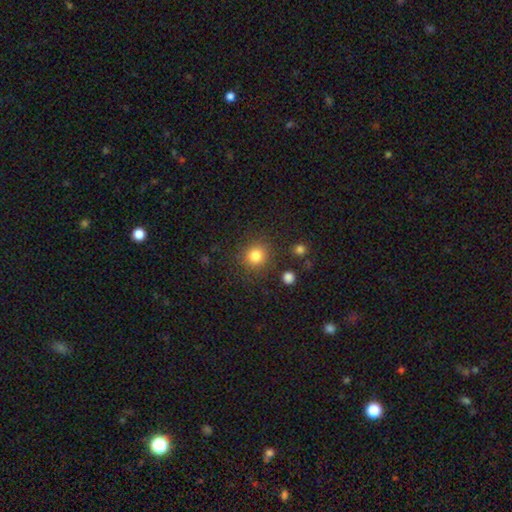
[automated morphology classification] smooth-or-featured: smooth: 82% | star or artifact: 12% | featured or disk: 6%
  how-rounded: round: 91% | in between: 8% | cigar-shaped: 1%
  merging: none: 86% | minor disturbance: 8% | major disturbance: 3% | merger: 3%